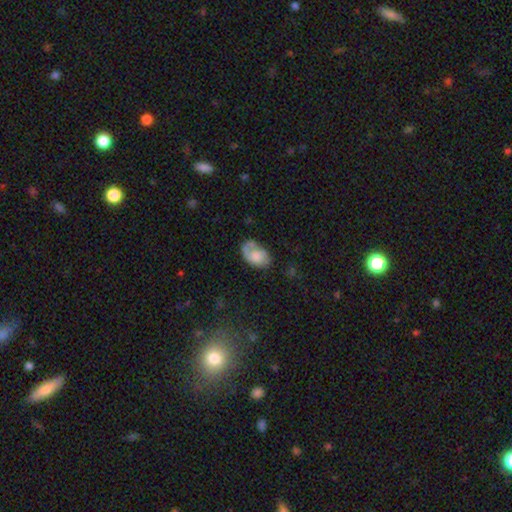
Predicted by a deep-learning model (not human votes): This appears to be a smooth galaxy with no disk features (51%) that is in between round and cigar-shaped (88%). Merging: none (46%).